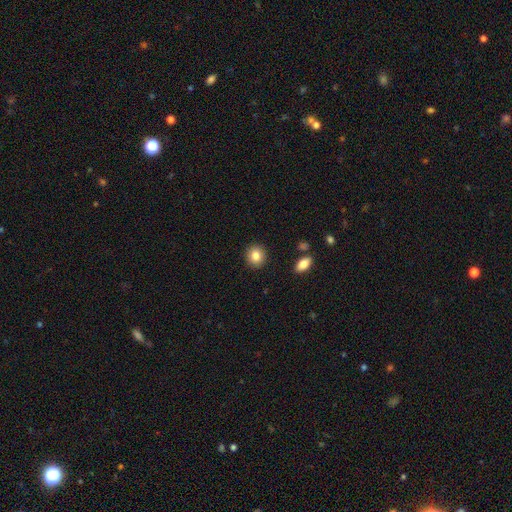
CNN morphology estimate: smooth_or_featured: smooth (p=0.84) [alt: star or artifact p=0.09]
how_rounded: round (p=0.83) [alt: in between p=0.16]
merging: none (p=0.91) [alt: minor disturbance p=0.06]